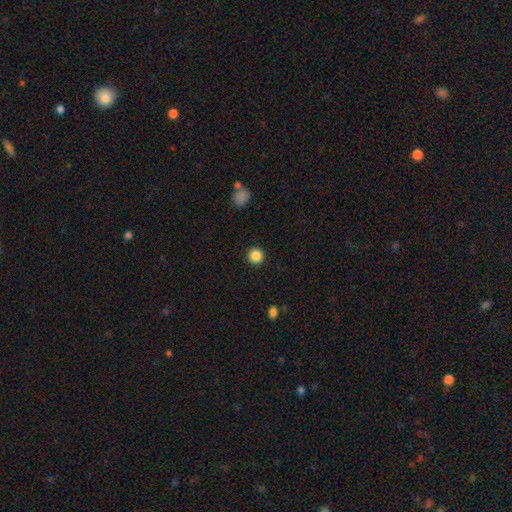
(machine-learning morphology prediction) smooth_or_featured: smooth (p=0.87) [alt: star or artifact p=0.10]
how_rounded: round (p=0.95) [alt: in between p=0.04]
merging: none (p=0.92) [alt: minor disturbance p=0.05]